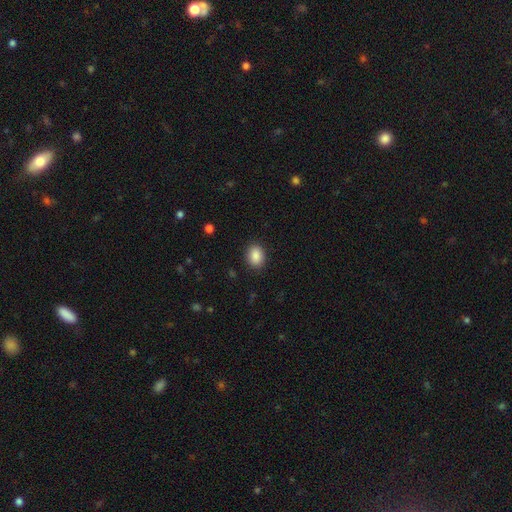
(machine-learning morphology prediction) Q: Smooth or featured?
A: smooth (88%); runner-up: star or artifact (8%)
Q: How rounded?
A: in between (61%); runner-up: round (38%)
Q: Merging?
A: none (89%); runner-up: minor disturbance (8%)